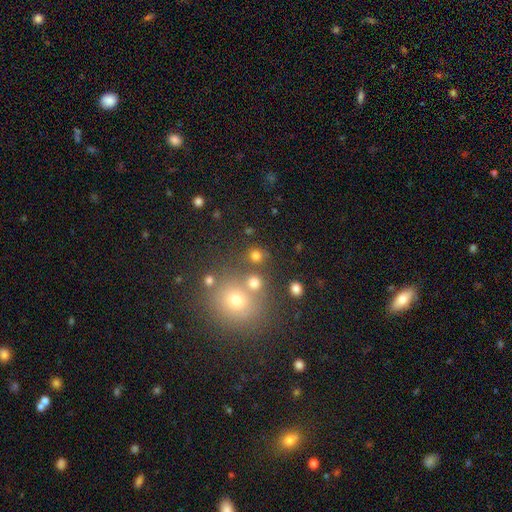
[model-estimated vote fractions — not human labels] Morphology: type=smooth (75%); roundness=round (87%); merging=none (74%).